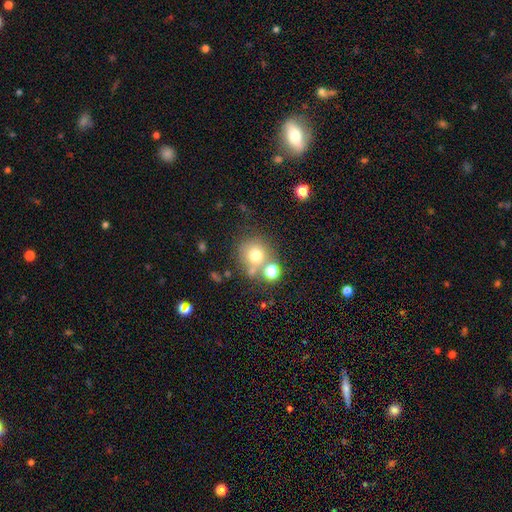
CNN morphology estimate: Smooth or featured: smooth — 70% (star or artifact — 15%)
How rounded: round — 88% (in between — 11%)
Merging: none — 60% (merger — 23%)